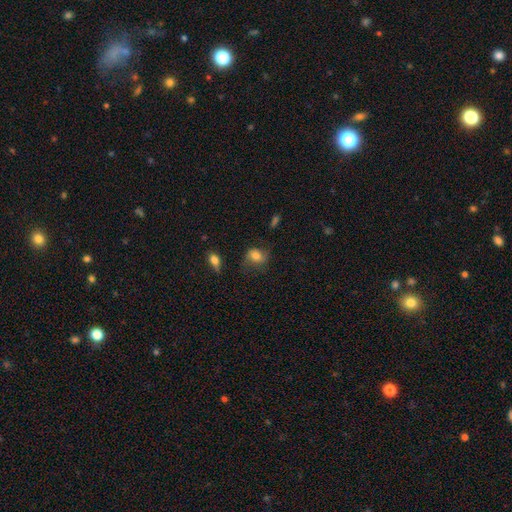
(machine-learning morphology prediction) Smooth or featured? Predicted: smooth (p=0.59). How rounded? Predicted: in between (p=0.53). Merging? Predicted: none (p=0.61).